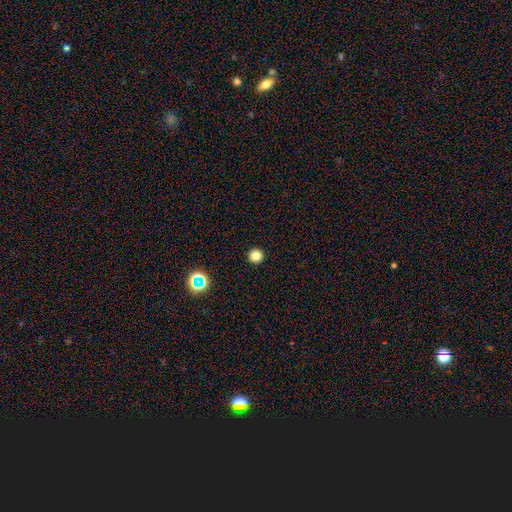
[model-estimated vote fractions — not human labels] Smooth or featured? Predicted: smooth (p=0.81). How rounded? Predicted: round (p=0.96). Merging? Predicted: none (p=0.94).